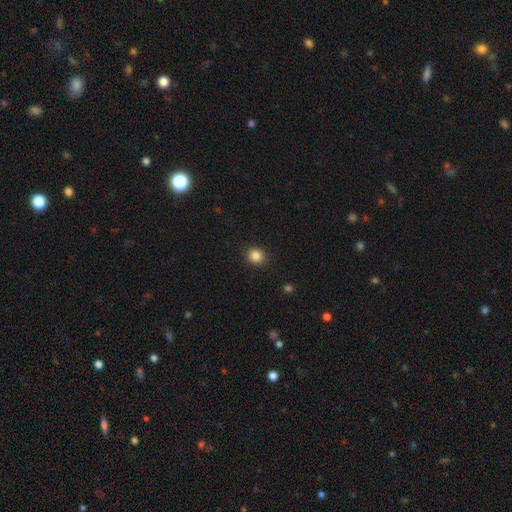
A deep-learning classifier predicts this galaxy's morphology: This appears to be a smooth galaxy with no disk features (86%) that is round (79%). Merging: none (90%).